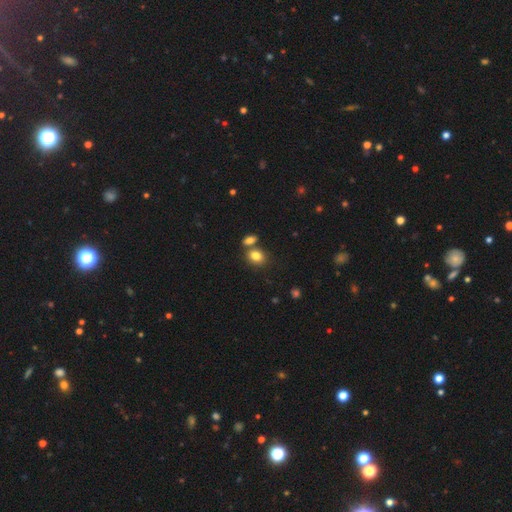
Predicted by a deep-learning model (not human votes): Smooth or featured? smooth (82%)
How rounded? in between (57%)
Merging? none (57%)